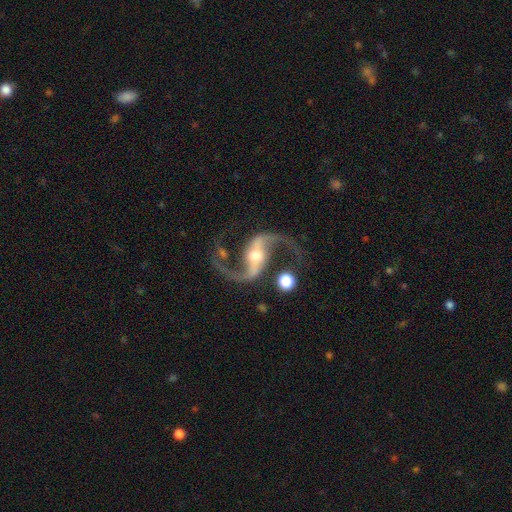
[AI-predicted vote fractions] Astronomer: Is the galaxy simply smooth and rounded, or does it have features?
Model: featured or disk — 93%.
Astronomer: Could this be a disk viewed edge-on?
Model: no — 97%.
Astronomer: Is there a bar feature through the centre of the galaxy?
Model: strong — 47% (runner-up: weak, 32%).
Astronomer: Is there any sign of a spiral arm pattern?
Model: yes — 98%.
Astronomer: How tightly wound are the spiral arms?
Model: loose — 71%.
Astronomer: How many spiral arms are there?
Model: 2 — 95%.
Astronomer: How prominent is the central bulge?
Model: moderate — 64%.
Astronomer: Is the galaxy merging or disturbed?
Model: none — 78%.